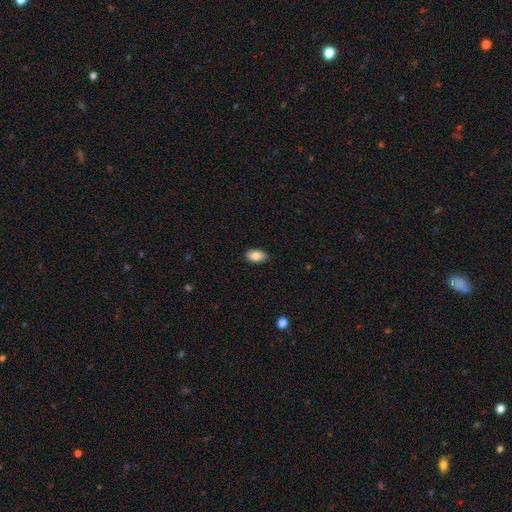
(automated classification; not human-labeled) smooth 85%, featured or disk 8%, star or artifact 7%. Down the decision tree: how rounded — in between (93%); merging — none (88%).